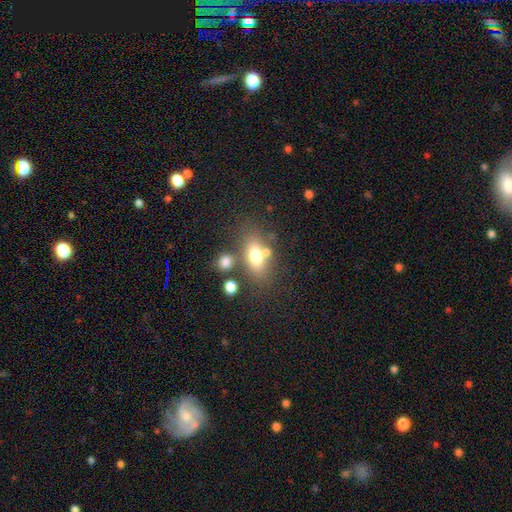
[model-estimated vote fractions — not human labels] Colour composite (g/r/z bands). It shows a smooth galaxy with no disk features (70%) that is in between round and cigar-shaped (79%). Merging: none (62%).